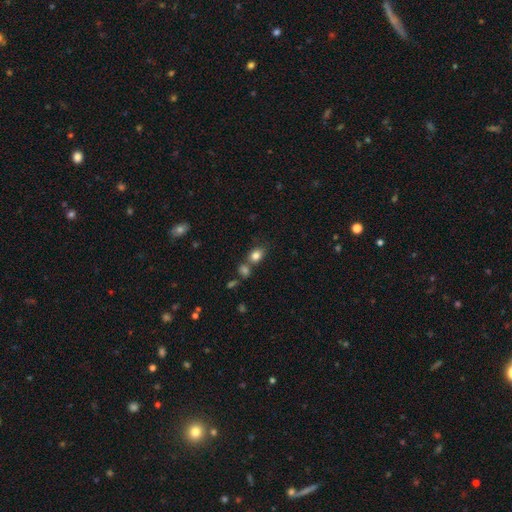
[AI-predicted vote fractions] Smooth or featured? Predicted: smooth (p=0.82). How rounded? Predicted: in between (p=0.59). Merging? Predicted: none (p=0.56).